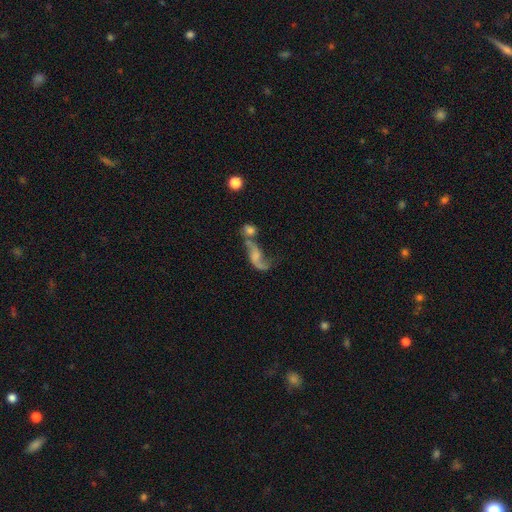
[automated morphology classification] Q: Smooth or featured?
A: featured or disk (70%); runner-up: smooth (20%)
Q: Edge-on disk?
A: no (92%); runner-up: yes (8%)
Q: Bar?
A: no (61%); runner-up: weak (31%)
Q: Spiral arms?
A: yes (84%); runner-up: no (16%)
Q: Spiral winding?
A: loose (88%); runner-up: medium (9%)
Q: Spiral arm count?
A: 2 (81%); runner-up: 1 (13%)
Q: Bulge size?
A: none (44%); runner-up: small (29%)
Q: Merging?
A: merger (46%); runner-up: none (26%)